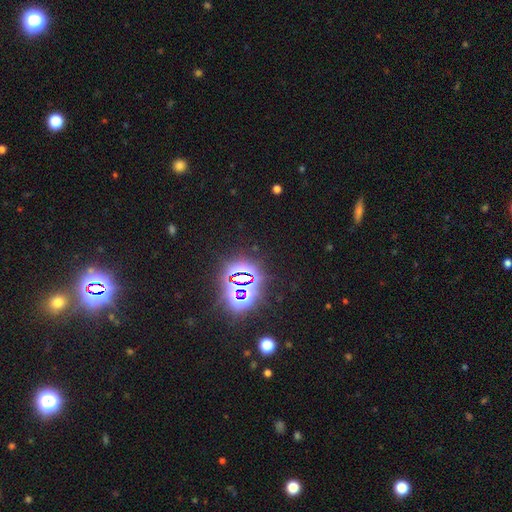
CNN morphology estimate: This is clearly a star or artifact rather than a galaxy (82%).